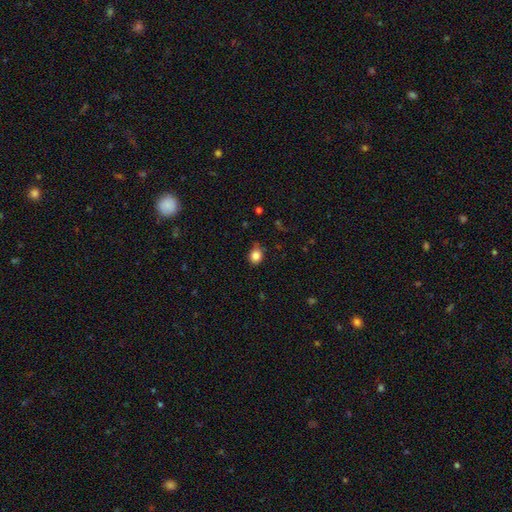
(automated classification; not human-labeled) Smooth or featured: smooth — 84% (star or artifact — 11%)
How rounded: round — 68% (in between — 31%)
Merging: none — 76% (minor disturbance — 19%)